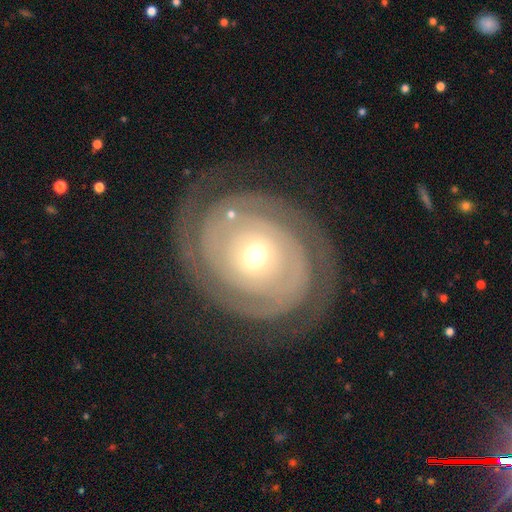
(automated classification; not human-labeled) Morphology: type=featured or disk (89%); edge-on=no (97%); bar=no (65%); spiral arms=yes (94%); winding=tight (82%); arm count=2 (77%); bulge=moderate (47%, tied with small); merging=none (79%).